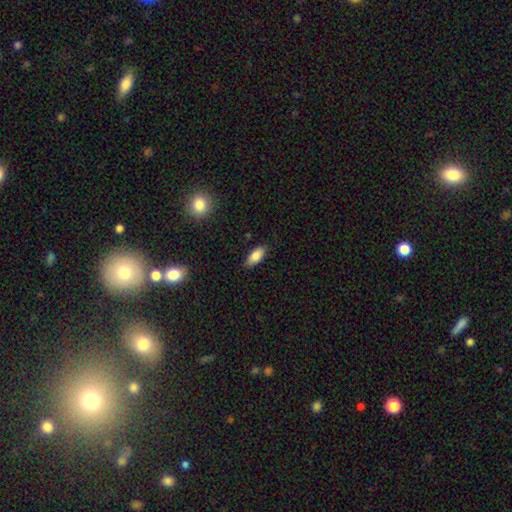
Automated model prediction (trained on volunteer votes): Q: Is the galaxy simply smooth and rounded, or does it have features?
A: smooth — 83%.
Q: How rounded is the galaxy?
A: in between — 83%.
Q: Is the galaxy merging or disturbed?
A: none — 82%.